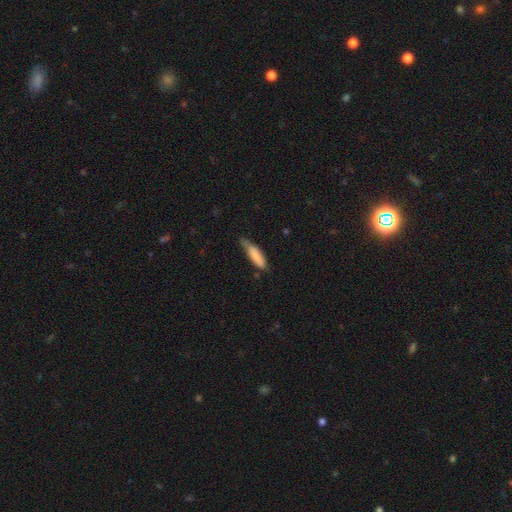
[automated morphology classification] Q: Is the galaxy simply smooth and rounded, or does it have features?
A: smooth — 82%.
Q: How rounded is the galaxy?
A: cigar-shaped — 63%.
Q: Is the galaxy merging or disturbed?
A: none — 48%.